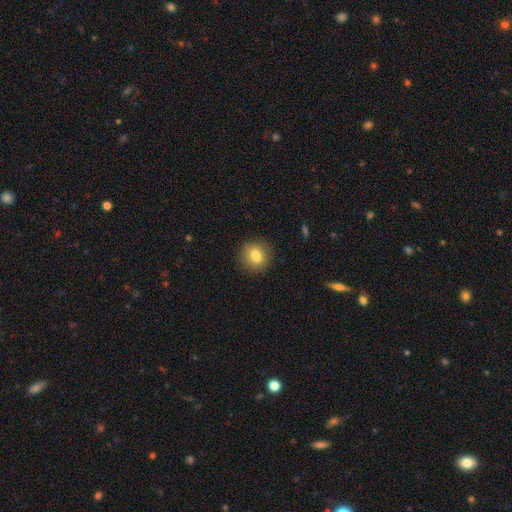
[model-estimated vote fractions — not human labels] Morphology: type=smooth (81%); roundness=round (78%); merging=none (88%).